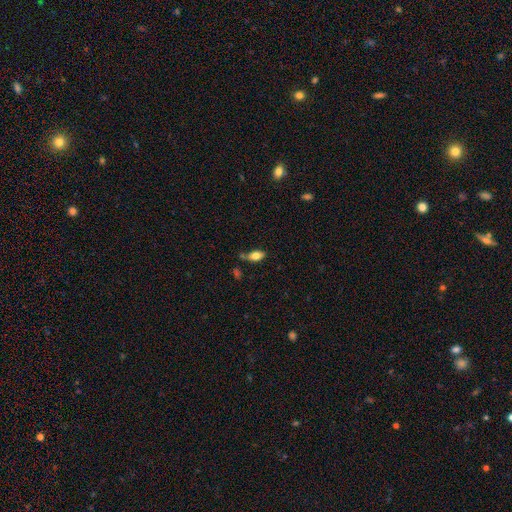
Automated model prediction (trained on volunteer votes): A smooth galaxy with no disk features (73%) that is in between round and cigar-shaped (86%).

Vote fractions:
- Smooth or featured? smooth: 73% / featured or disk: 19% / star or artifact: 8%
- How rounded? in between: 86% / cigar-shaped: 10% / round: 4%
- Merging? none: 60% / minor disturbance: 23% / merger: 10% / major disturbance: 7%